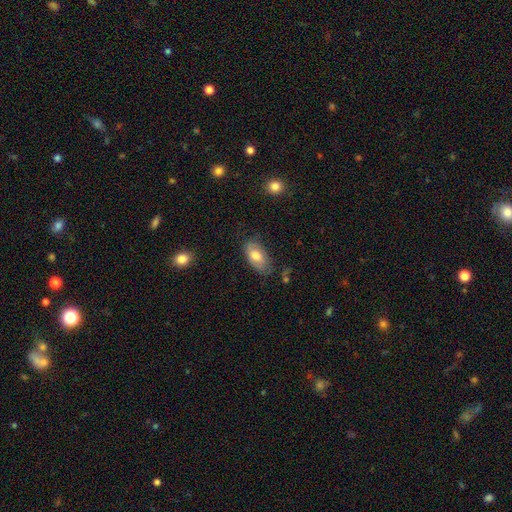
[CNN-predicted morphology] A smooth galaxy with no disk features (73%) that is in between round and cigar-shaped (94%). Merging: none (70%).